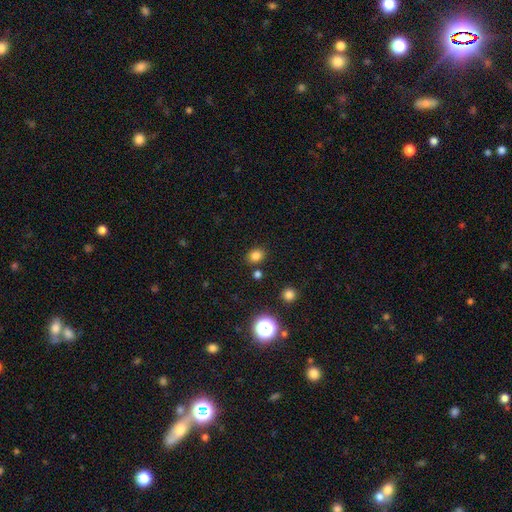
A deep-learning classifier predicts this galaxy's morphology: smooth 80%, star or artifact 15%, featured or disk 5%. Down the decision tree: how rounded — round (58%); merging — none (82%).